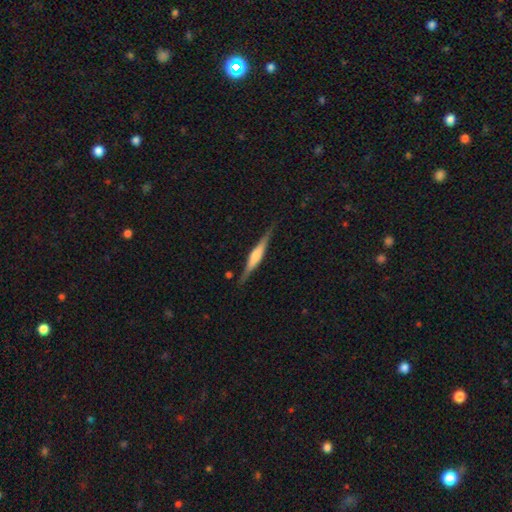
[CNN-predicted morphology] Smooth or featured? featured or disk (70%)
Edge-on disk? yes (97%)
Edge-on bulge? rounded (63%)
Merging? none (86%)